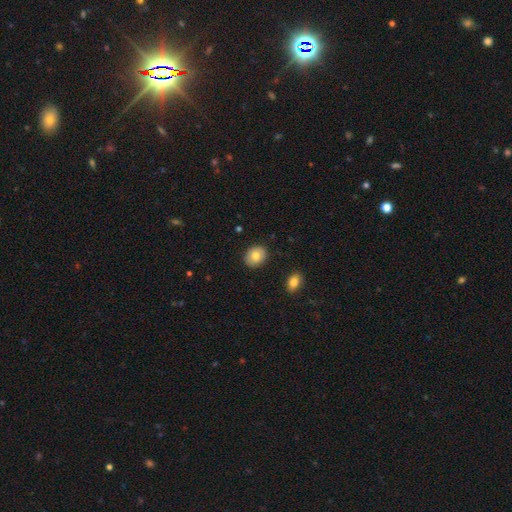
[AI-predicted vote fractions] A smooth galaxy with no disk features (77%) that is round (50%). Merging: none (89%).